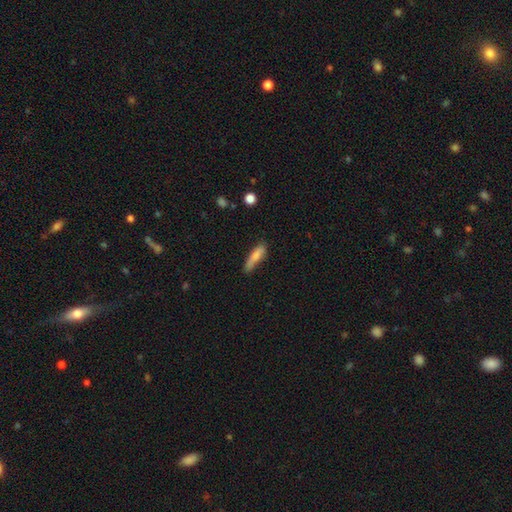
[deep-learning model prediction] This appears to be a smooth galaxy with no disk features (79%) that is cigar-shaped (73%). Merging: none (59%).